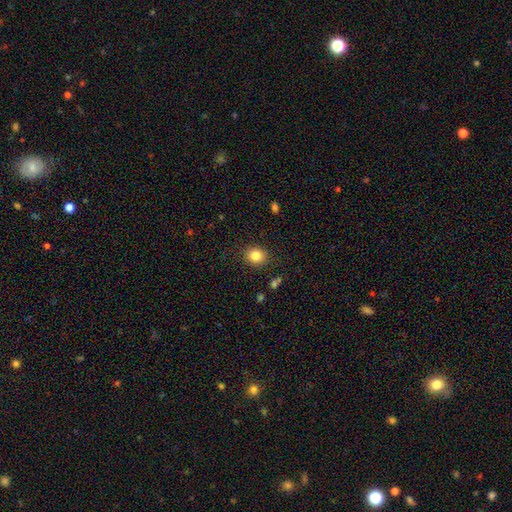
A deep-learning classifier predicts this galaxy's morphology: A smooth galaxy with no disk features (83%) that is round (69%). Merging: none (87%).